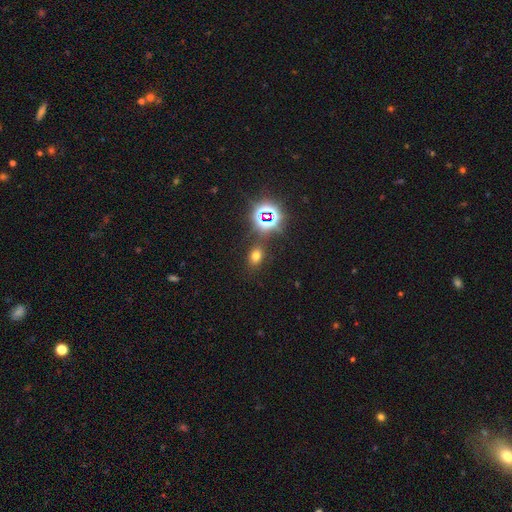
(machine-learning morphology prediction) smooth 62%, star or artifact 30%, featured or disk 8%. Down the decision tree: how rounded — in between (67%); merging — none (82%).